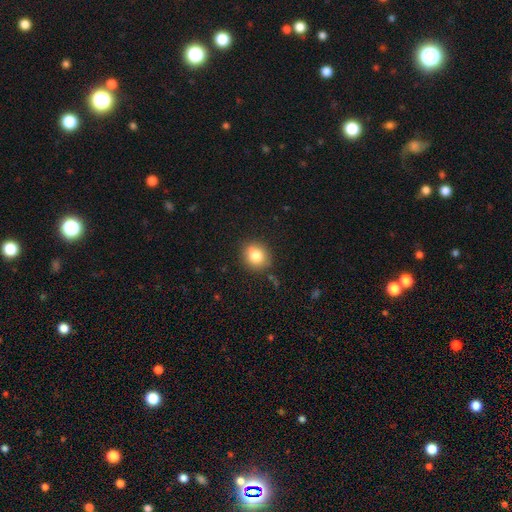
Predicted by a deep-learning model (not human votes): Q: Smooth or featured?
A: smooth (82%); runner-up: star or artifact (10%)
Q: How rounded?
A: round (73%); runner-up: in between (26%)
Q: Merging?
A: none (84%); runner-up: minor disturbance (11%)